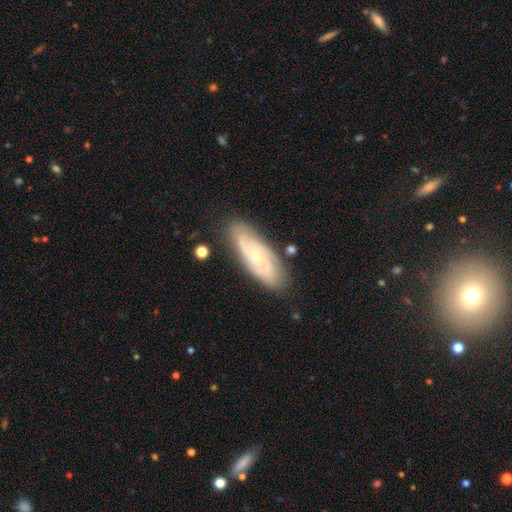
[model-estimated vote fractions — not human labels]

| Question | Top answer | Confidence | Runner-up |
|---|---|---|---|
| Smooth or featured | featured or disk | 73% | smooth (20%) |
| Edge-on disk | no | 90% | yes (10%) |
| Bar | no | 63% | weak (31%) |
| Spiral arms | yes | 93% | no (7%) |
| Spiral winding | tight | 53% | medium (37%) |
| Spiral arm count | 2 | 52% | can't tell (27%) |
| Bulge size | small | 65% | moderate (28%) |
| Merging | none | 79% | minor disturbance (15%) |